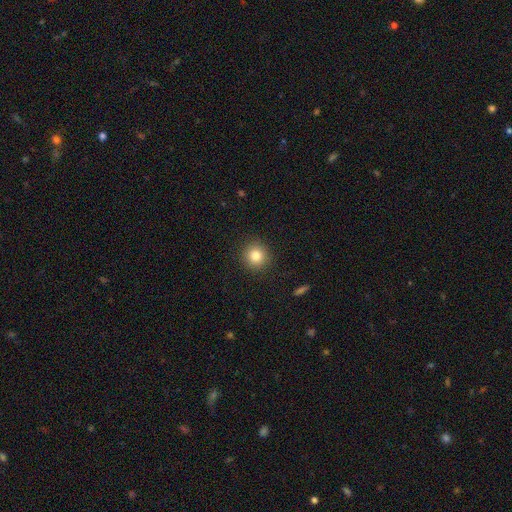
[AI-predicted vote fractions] Smooth or featured? smooth (82%)
How rounded? round (93%)
Merging? none (91%)